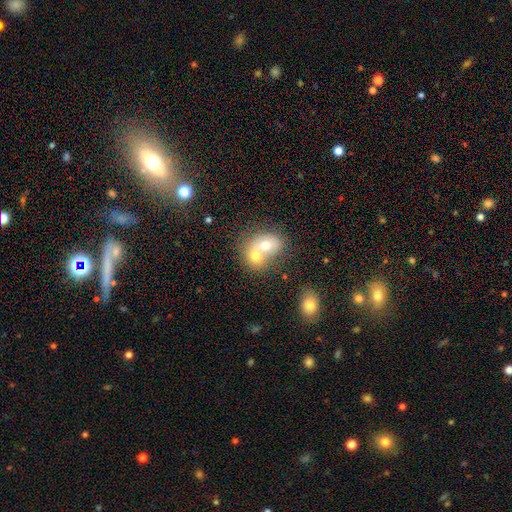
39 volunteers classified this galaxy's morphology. type=smooth (67%); roundness=round (73%); merging=merger (76%).